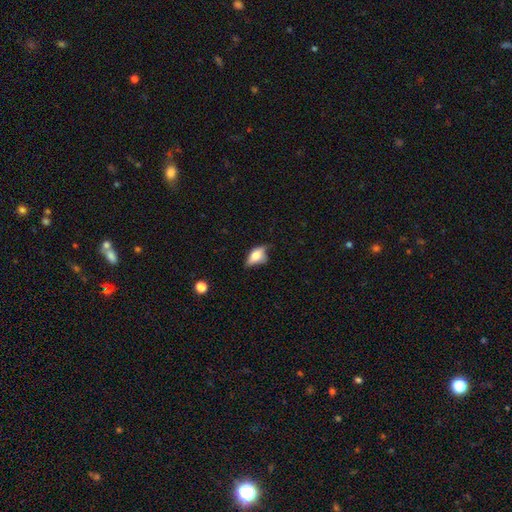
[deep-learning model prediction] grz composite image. It shows a smooth galaxy with no disk features (60%) that is in between round and cigar-shaped (83%). Merging: none (41%).